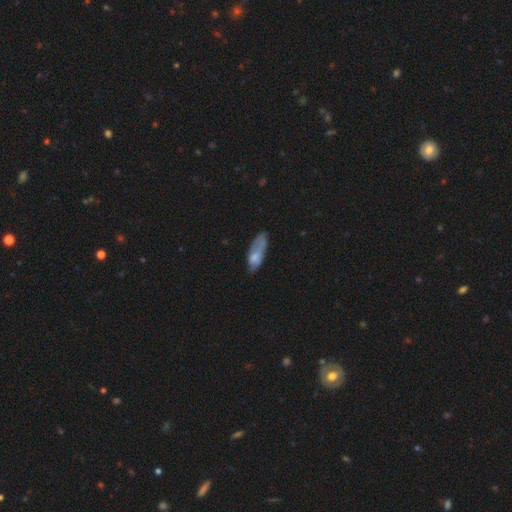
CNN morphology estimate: This is likely a smooth galaxy (65%). How rounded: likely in between (67%). Merging: marginally none (42%).